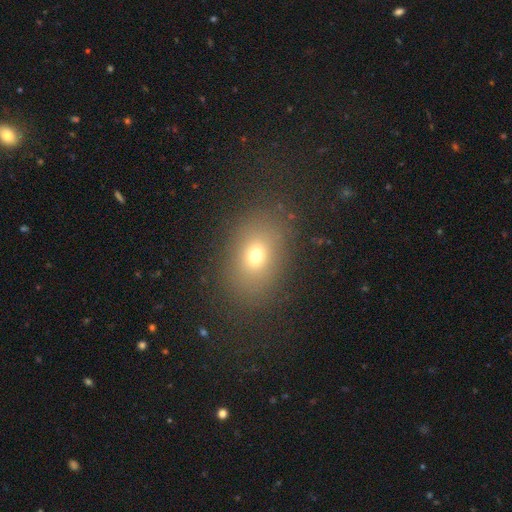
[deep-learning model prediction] This appears to be a smooth galaxy with no disk features (68%) that is in between round and cigar-shaped (67%). Merging: none (81%).